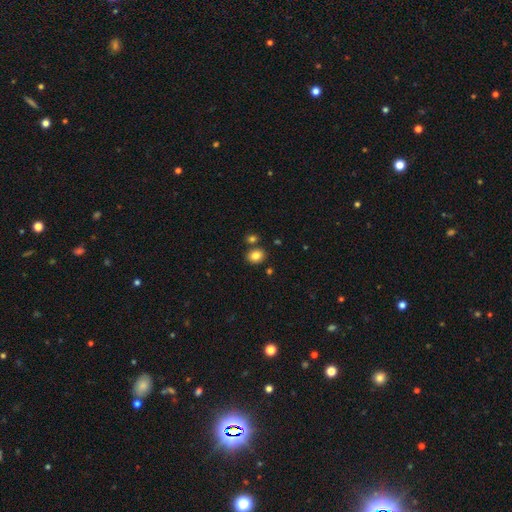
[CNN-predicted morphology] Smooth or featured: smooth — 83% (star or artifact — 10%)
How rounded: in between — 53% (round — 46%)
Merging: none — 77% (merger — 10%)